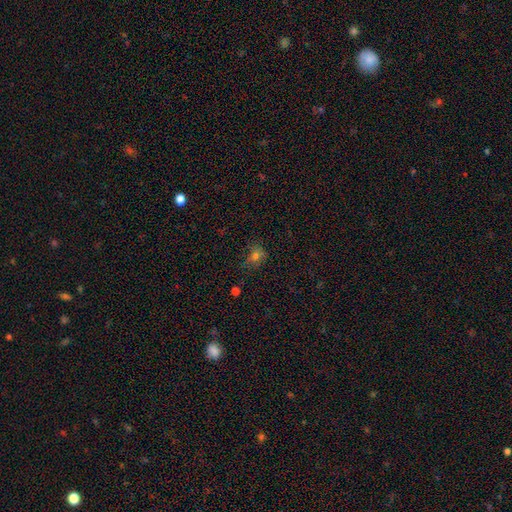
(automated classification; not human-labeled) This appears to be a smooth galaxy with no disk features (63%) that is round (65%). Merging: none (61%).